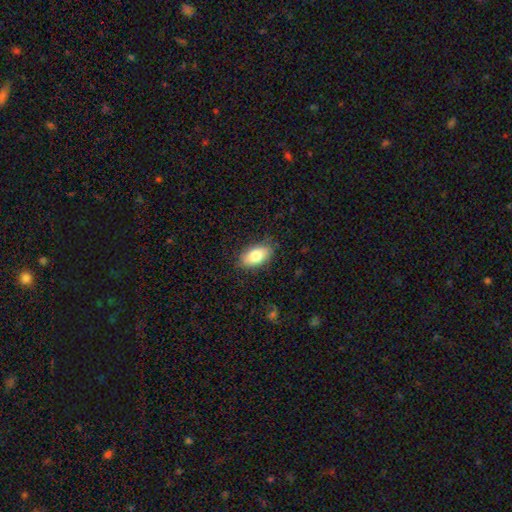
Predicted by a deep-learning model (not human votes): The model was most divided on "smooth or featured": smooth: 80%, featured or disk: 13%, star or artifact: 7%. More confident: how rounded — in between (92%); merging — none (82%).